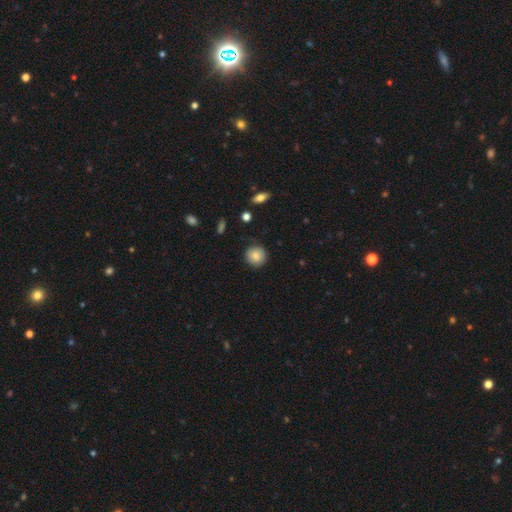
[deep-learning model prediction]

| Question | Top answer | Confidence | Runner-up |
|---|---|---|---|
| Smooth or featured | smooth | 84% | featured or disk (8%) |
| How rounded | round | 93% | in between (7%) |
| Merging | none | 88% | minor disturbance (9%) |